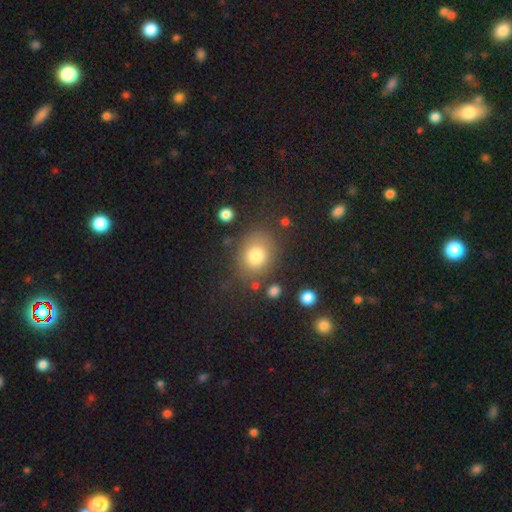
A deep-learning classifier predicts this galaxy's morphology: smooth_or_featured: smooth (p=0.79) [alt: star or artifact p=0.12]
how_rounded: round (p=0.63) [alt: in between p=0.36]
merging: none (p=0.76) [alt: minor disturbance p=0.13]